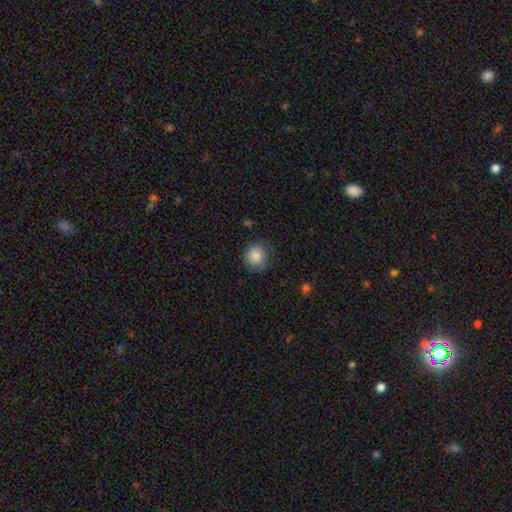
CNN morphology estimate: This is clearly a smooth galaxy (81%). How rounded: clearly round (86%). Merging: likely none (73%).